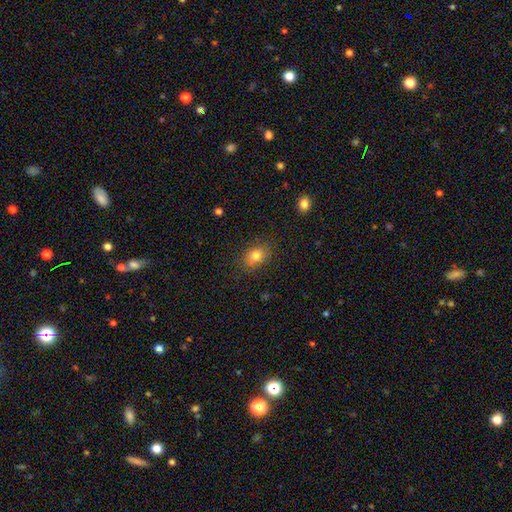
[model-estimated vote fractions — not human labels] smooth_or_featured: smooth (p=0.79) [alt: star or artifact p=0.11]
how_rounded: in between (p=0.71) [alt: round p=0.27]
merging: none (p=0.81) [alt: minor disturbance p=0.14]